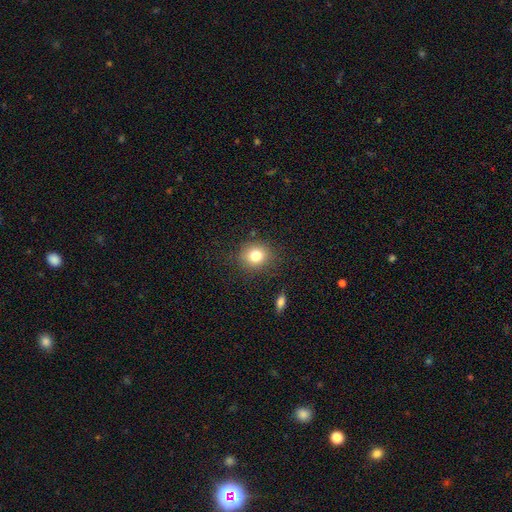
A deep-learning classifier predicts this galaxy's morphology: Q: Smooth or featured?
A: smooth (79%); runner-up: star or artifact (12%)
Q: How rounded?
A: round (82%); runner-up: in between (17%)
Q: Merging?
A: none (85%); runner-up: minor disturbance (10%)